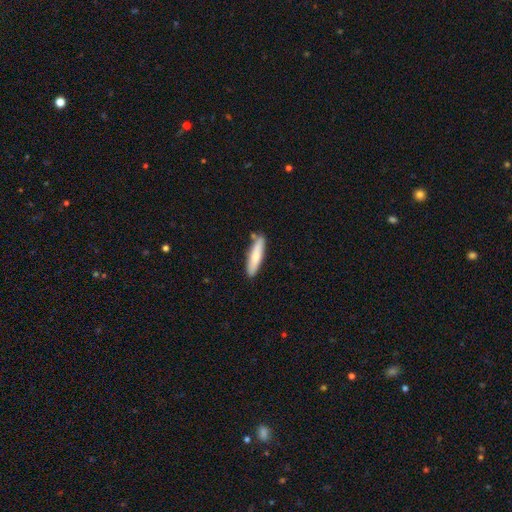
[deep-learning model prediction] A smooth galaxy with no disk features (77%) that is cigar-shaped (80%).

Vote fractions:
- Smooth or featured? smooth: 77% / featured or disk: 18% / star or artifact: 5%
- How rounded? cigar-shaped: 80% / in between: 19% / round: 1%
- Merging? none: 81% / minor disturbance: 12% / merger: 5% / major disturbance: 2%